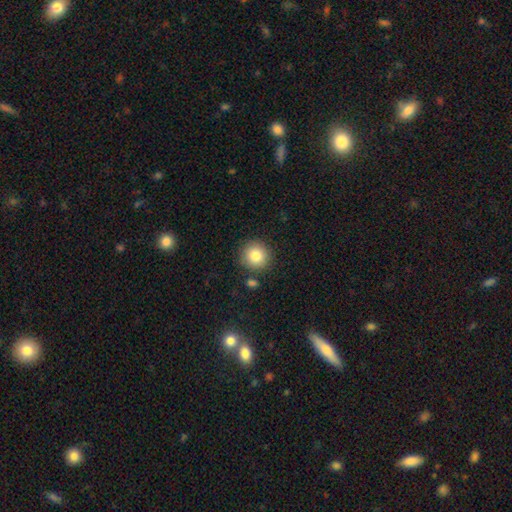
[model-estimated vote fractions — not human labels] This appears to be a smooth galaxy with no disk features (83%) that is round (93%). Merging: none (86%).